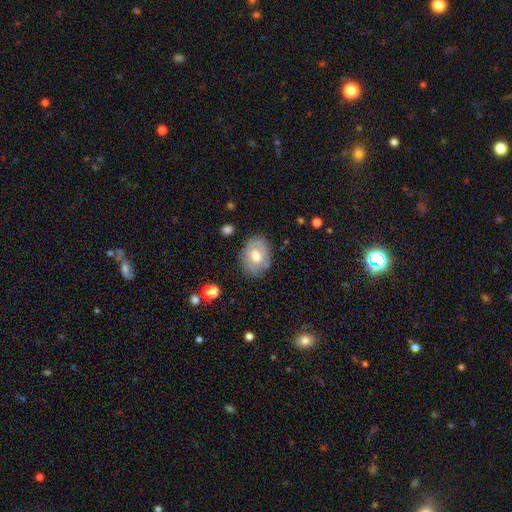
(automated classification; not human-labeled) smooth_or_featured: smooth (p=0.49) [alt: featured or disk p=0.43]
merging: none (p=0.75) [alt: minor disturbance p=0.18]